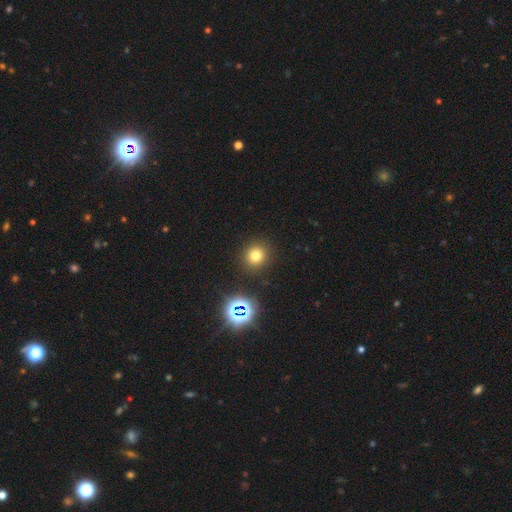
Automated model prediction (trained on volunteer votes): A smooth galaxy with no disk features (73%) that is round (87%).

Vote fractions:
- Smooth or featured? smooth: 73% / star or artifact: 20% / featured or disk: 7%
- How rounded? round: 87% / in between: 12% / cigar-shaped: 1%
- Merging? none: 89% / minor disturbance: 6% / major disturbance: 3% / merger: 2%